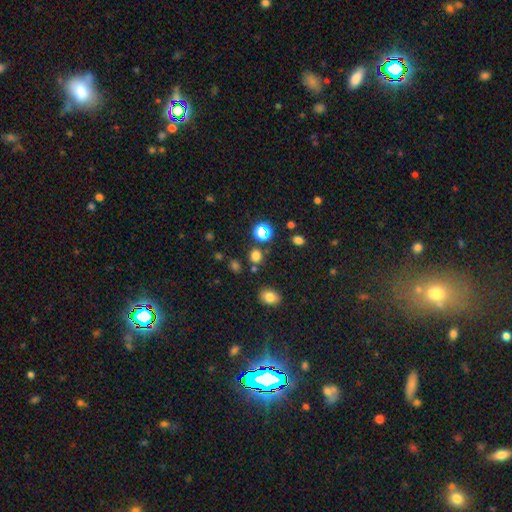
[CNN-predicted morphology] Smooth or featured? Predicted: smooth (p=0.69). How rounded? Predicted: round (p=0.82). Merging? Predicted: none (p=0.79).